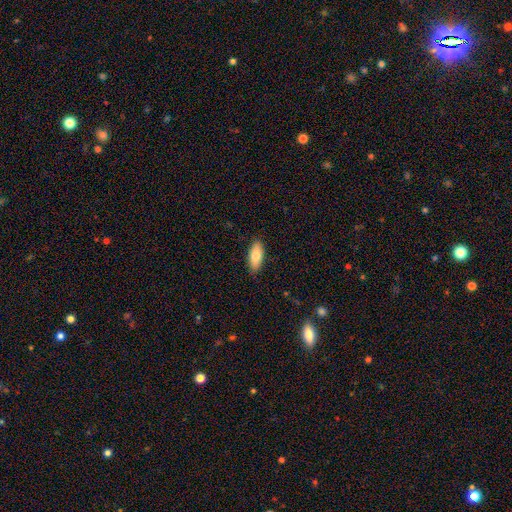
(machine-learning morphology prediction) A smooth galaxy with no disk features (80%) that is in between round and cigar-shaped (80%).

Vote fractions:
- Smooth or featured? smooth: 80% / featured or disk: 13% / star or artifact: 6%
- How rounded? in between: 80% / cigar-shaped: 18% / round: 2%
- Merging? none: 87% / minor disturbance: 10% / major disturbance: 2% / merger: 1%